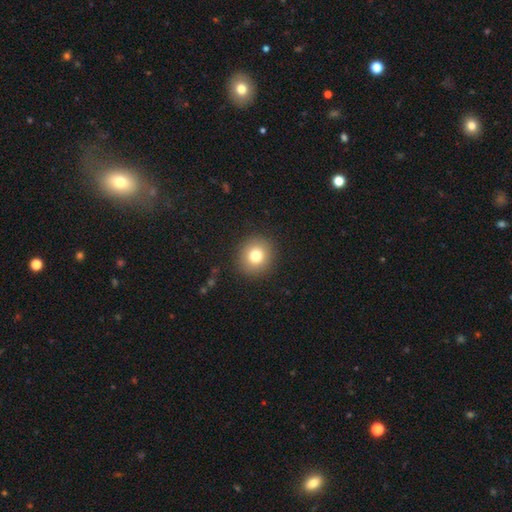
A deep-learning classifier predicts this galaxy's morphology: type=smooth (78%); roundness=round (87%); merging=none (91%).